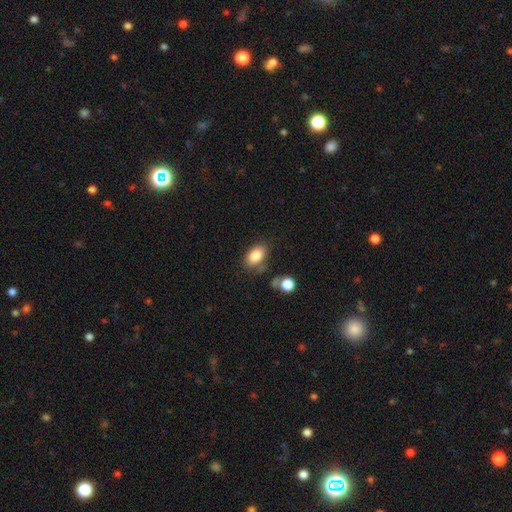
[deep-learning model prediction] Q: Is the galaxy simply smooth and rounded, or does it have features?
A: smooth — 84%.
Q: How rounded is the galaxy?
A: in between — 89%.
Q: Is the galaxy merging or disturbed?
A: none — 64%.